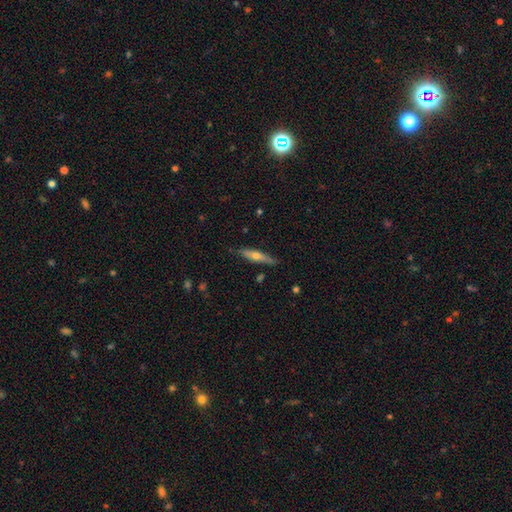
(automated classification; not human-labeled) smooth_or_featured: featured or disk (p=0.50) [alt: smooth p=0.44]
merging: none (p=0.82) [alt: minor disturbance p=0.14]